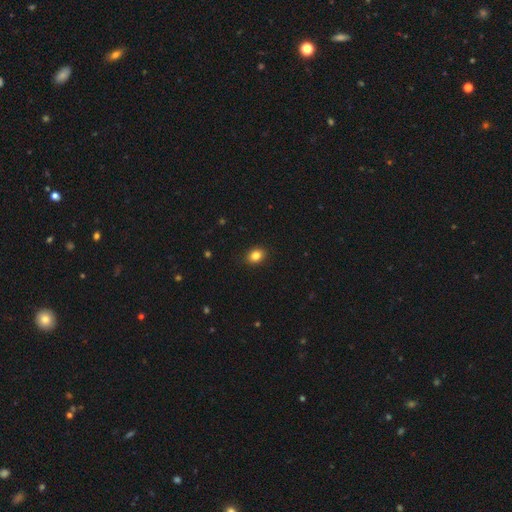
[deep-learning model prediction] smooth_or_featured: smooth (p=0.84) [alt: star or artifact p=0.11]
how_rounded: in between (p=0.53) [alt: round p=0.46]
merging: none (p=0.89) [alt: minor disturbance p=0.08]